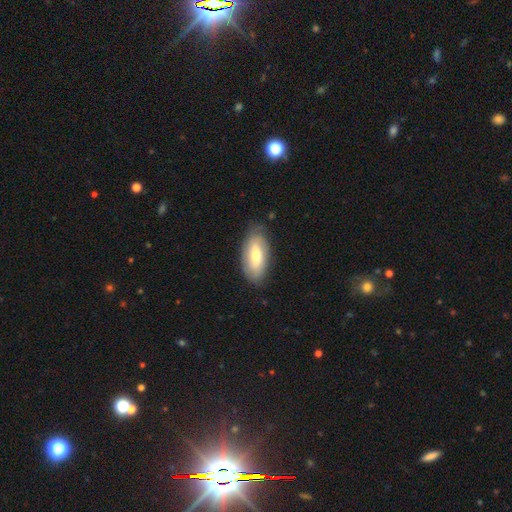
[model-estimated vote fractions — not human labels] Smooth or featured: smooth — 59% (featured or disk — 35%)
How rounded: in between — 89% (cigar-shaped — 8%)
Merging: none — 79% (minor disturbance — 16%)